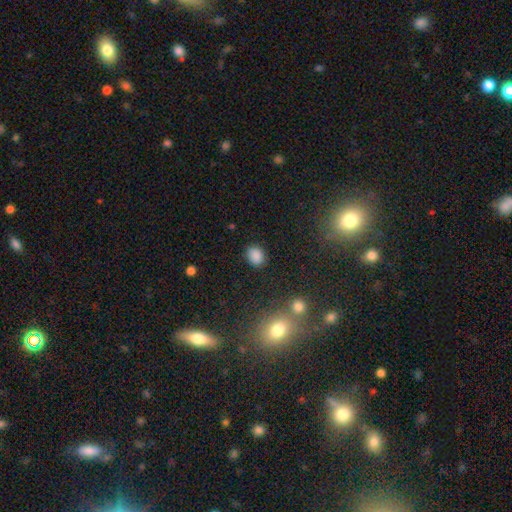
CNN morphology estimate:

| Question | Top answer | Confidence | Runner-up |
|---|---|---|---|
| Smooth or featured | smooth | 85% | star or artifact (11%) |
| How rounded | in between | 56% | round (43%) |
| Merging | none | 85% | minor disturbance (10%) |